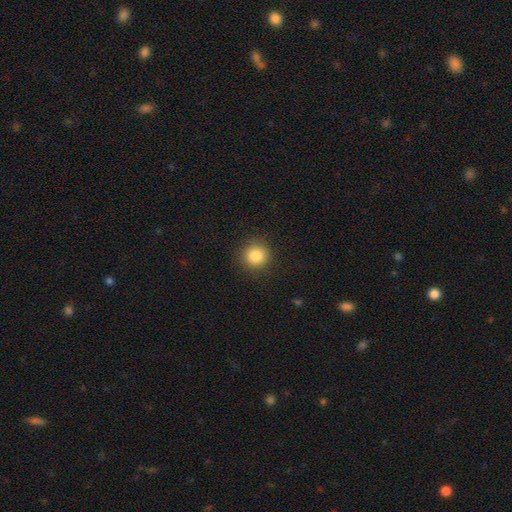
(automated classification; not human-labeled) smooth_or_featured: smooth (p=0.85) [alt: star or artifact p=0.10]
how_rounded: round (p=0.91) [alt: in between p=0.08]
merging: none (p=0.90) [alt: minor disturbance p=0.07]